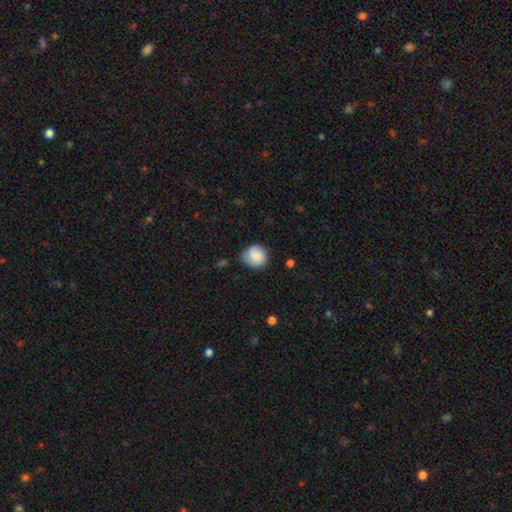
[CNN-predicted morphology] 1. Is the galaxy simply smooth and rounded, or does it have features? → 84% smooth, 9% featured or disk, 7% star or artifact.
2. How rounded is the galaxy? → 81% round, 18% in between, 1% cigar-shaped.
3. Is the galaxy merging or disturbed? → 67% none, 25% minor disturbance, 6% major disturbance, 2% merger.